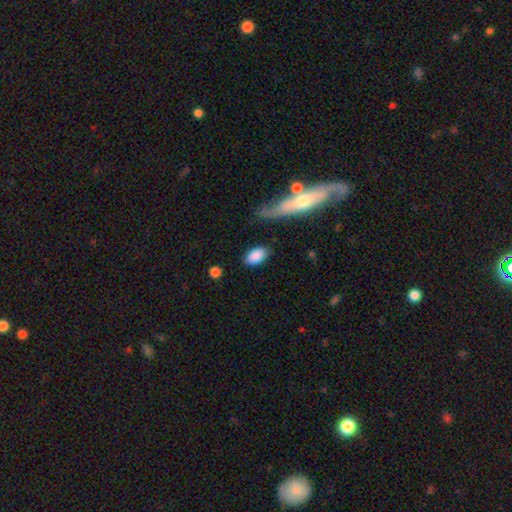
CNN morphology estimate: Smooth or featured?
  - smooth: 87% *
  - featured or disk: 7%
  - star or artifact: 6%
How rounded?
  - in between: 93% *
  - round: 5%
  - cigar-shaped: 2%
Merging?
  - none: 78% *
  - minor disturbance: 14%
  - major disturbance: 4%
  - merger: 3%